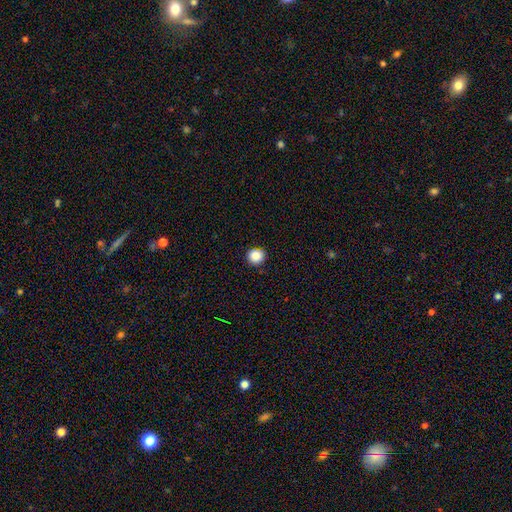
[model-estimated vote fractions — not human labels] smooth_or_featured: smooth (p=0.88) [alt: star or artifact p=0.10]
how_rounded: round (p=0.92) [alt: in between p=0.07]
merging: none (p=0.92) [alt: minor disturbance p=0.06]